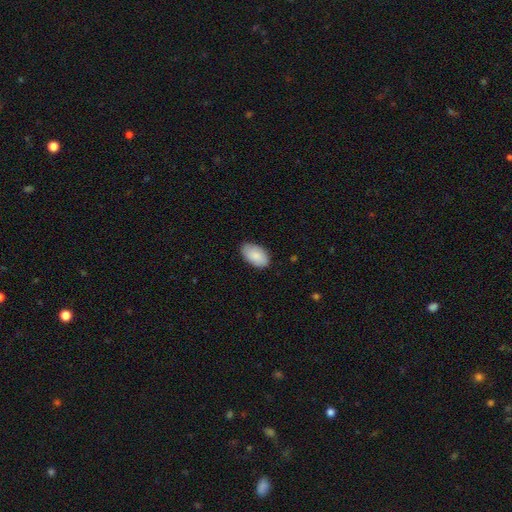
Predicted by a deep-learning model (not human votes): Smooth or featured? Predicted: smooth (p=0.86). How rounded? Predicted: in between (p=0.95). Merging? Predicted: none (p=0.81).